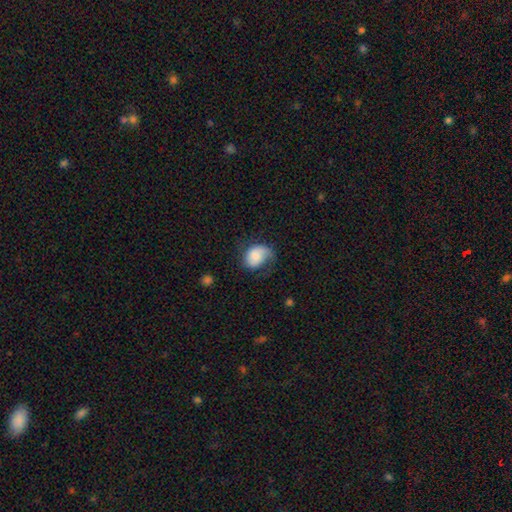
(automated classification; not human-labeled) The model was most divided on "merging": none: 40%, minor disturbance: 33%, major disturbance: 25%, merger: 2%. More confident: smooth or featured — smooth (64%); how rounded — in between (64%).